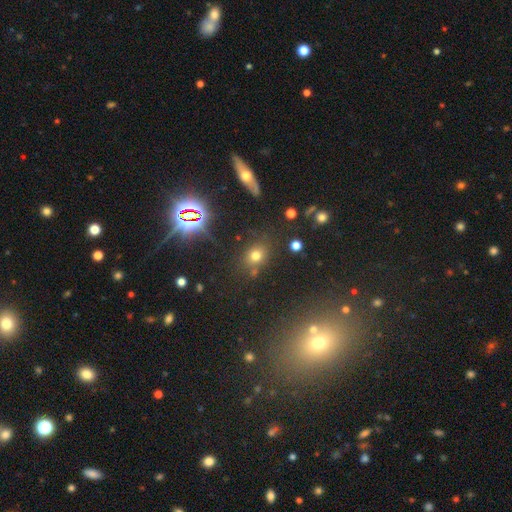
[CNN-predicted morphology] smooth-or-featured: smooth: 66% | star or artifact: 24% | featured or disk: 10%
  how-rounded: round: 61% | in between: 37% | cigar-shaped: 2%
  merging: none: 74% | minor disturbance: 13% | merger: 7% | major disturbance: 6%